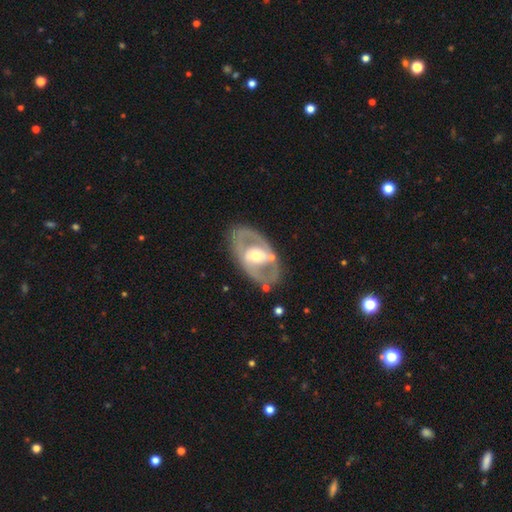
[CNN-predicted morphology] This is likely a featured or disk galaxy (76%). It is clearly not viewed edge-on (93%). Bar: marginally no (41%). Spiral arm pattern: possibly yes (53%). Central bulge: likely moderate (65%). Merging: likely none (77%).